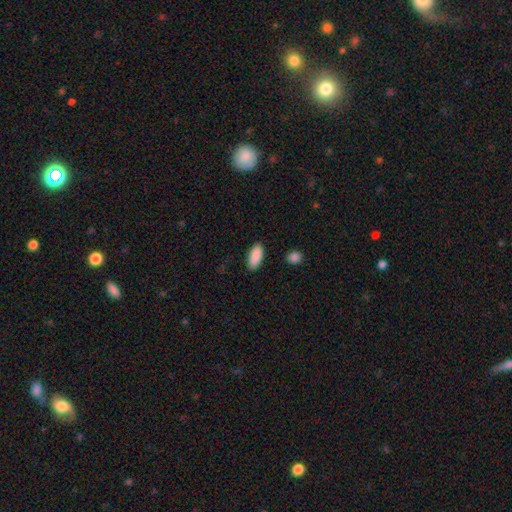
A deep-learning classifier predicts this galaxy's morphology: This is clearly a smooth galaxy (90%). How rounded: clearly in between (88%). Merging: clearly none (85%).